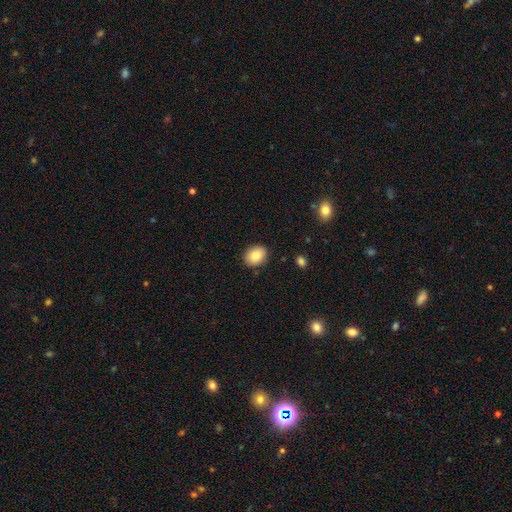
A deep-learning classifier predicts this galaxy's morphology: This is clearly a smooth galaxy (86%). How rounded: possibly in between (58%). Merging: clearly none (88%).